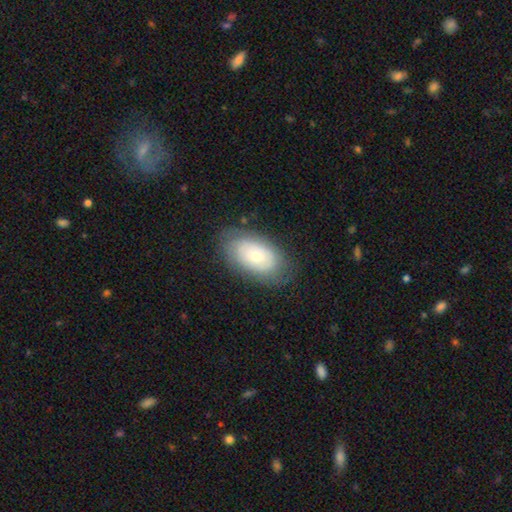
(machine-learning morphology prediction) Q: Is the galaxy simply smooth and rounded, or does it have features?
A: smooth — 56%.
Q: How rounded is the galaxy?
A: in between — 91%.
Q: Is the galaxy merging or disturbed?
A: none — 78%.